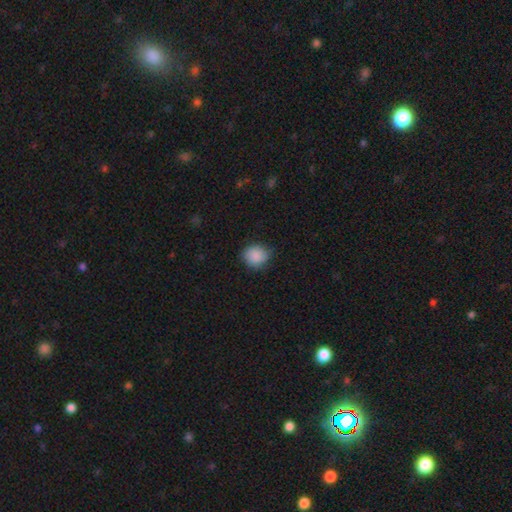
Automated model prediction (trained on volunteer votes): smooth 88%, star or artifact 8%, featured or disk 5%. Down the decision tree: how rounded — round (78%); merging — none (78%).